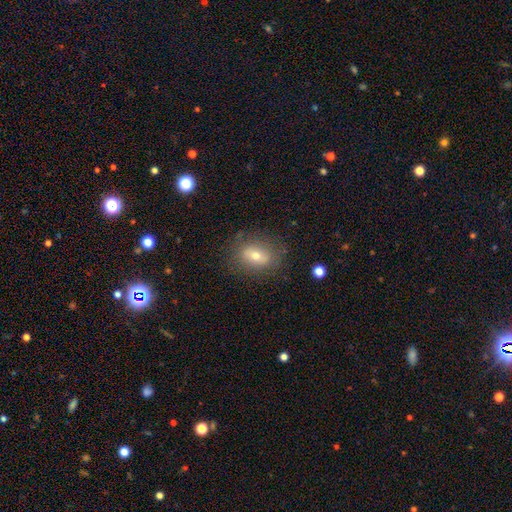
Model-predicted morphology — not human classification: smooth_or_featured: smooth (p=0.61) [alt: featured or disk p=0.28]
how_rounded: in between (p=0.64) [alt: round p=0.33]
merging: none (p=0.79) [alt: minor disturbance p=0.14]